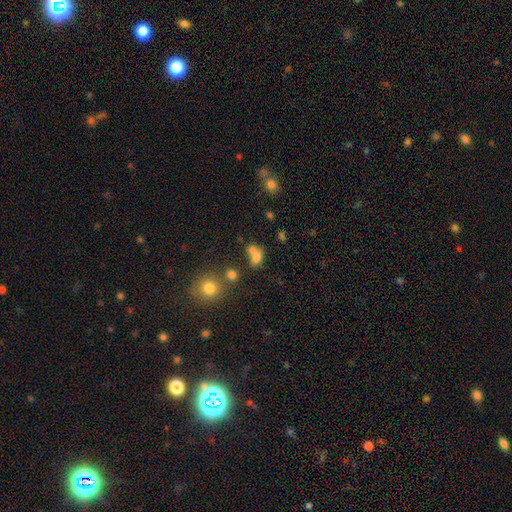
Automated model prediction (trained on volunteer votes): Morphology: type=smooth (72%); roundness=in between (59%); merging=merger (52%).